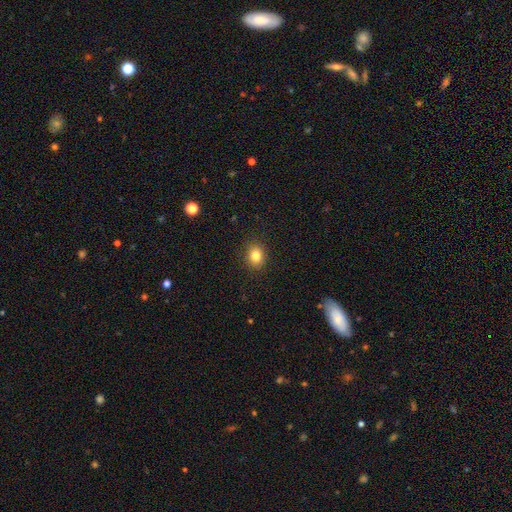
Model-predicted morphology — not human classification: Smooth or featured? Predicted: smooth (p=0.83). How rounded? Predicted: round (p=0.55). Merging? Predicted: none (p=0.89).